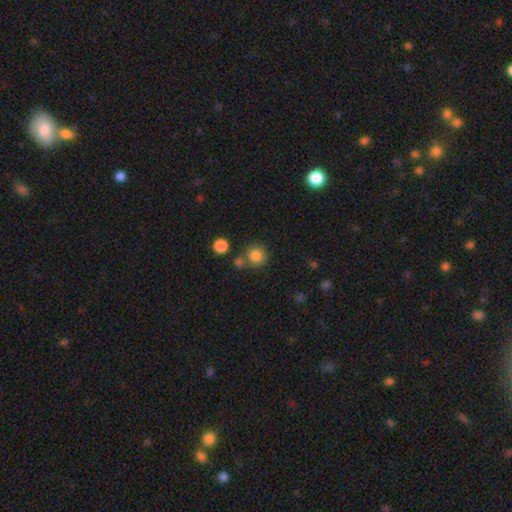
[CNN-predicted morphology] Smooth or featured? smooth (83%)
How rounded? round (91%)
Merging? none (70%)